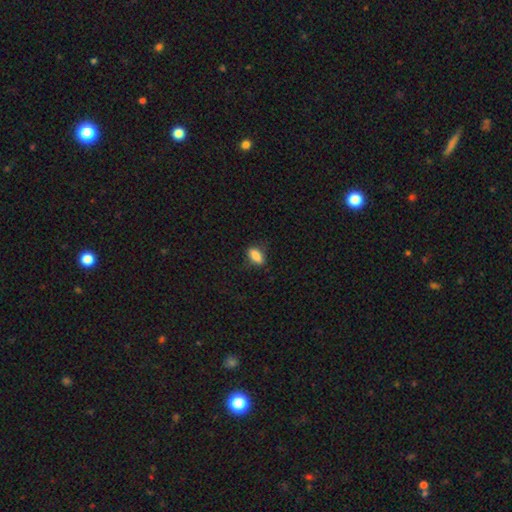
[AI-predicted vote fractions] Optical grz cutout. It shows a smooth galaxy with no disk features (85%) that is in between round and cigar-shaped (81%). Merging: none (77%).